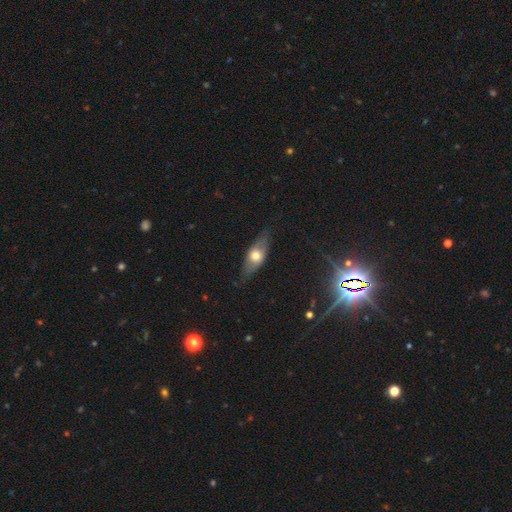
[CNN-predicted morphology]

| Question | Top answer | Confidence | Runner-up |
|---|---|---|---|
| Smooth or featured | smooth | 55% | featured or disk (39%) |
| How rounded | in between | 69% | cigar-shaped (26%) |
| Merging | none | 79% | minor disturbance (16%) |